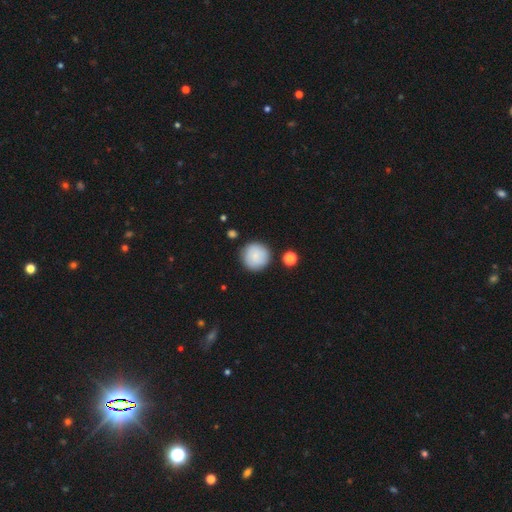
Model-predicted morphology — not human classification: Smooth or featured?
  - smooth: 85% *
  - featured or disk: 8%
  - star or artifact: 7%
How rounded?
  - round: 95% *
  - in between: 4%
  - cigar-shaped: 1%
Merging?
  - none: 87% *
  - minor disturbance: 8%
  - merger: 2%
  - major disturbance: 2%